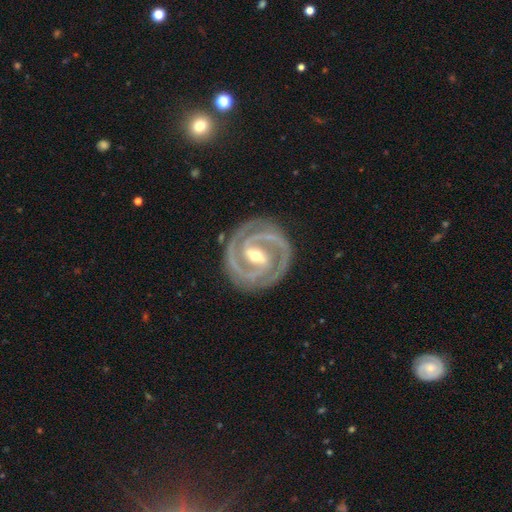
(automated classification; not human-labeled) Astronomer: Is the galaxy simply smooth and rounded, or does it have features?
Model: featured or disk — 93%.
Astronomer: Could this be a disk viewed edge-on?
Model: no — 97%.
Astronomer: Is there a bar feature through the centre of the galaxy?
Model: strong — 60%.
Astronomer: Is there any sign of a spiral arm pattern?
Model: yes — 98%.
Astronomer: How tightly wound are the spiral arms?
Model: tight — 70%.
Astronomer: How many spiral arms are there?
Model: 2 — 85%.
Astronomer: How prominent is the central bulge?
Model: moderate — 55% (runner-up: small, 41%).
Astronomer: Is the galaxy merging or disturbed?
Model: none — 86%.